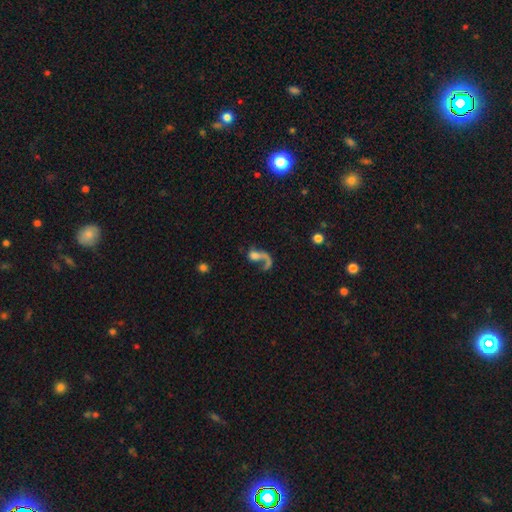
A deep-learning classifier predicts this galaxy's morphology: smooth-or-featured: featured or disk: 55% | smooth: 33% | star or artifact: 12%
  disk-edge-on: no: 95% | yes: 5%
    bar: no: 74% | weak: 19% | strong: 7%
    has-spiral-arms: yes: 69% | no: 31%
    bulge-size: none: 32% | moderate: 25% | small: 22% | large: 15% | dominant: 6%
  merging: major disturbance: 42% | none: 29% | merger: 19% | minor disturbance: 11%